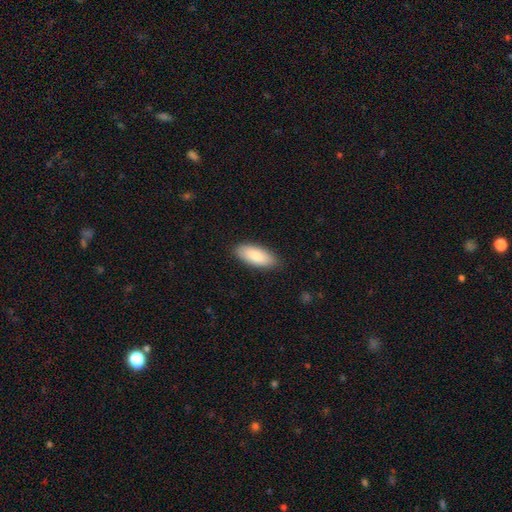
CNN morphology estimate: Smooth or featured: smooth — 86% (featured or disk — 8%)
How rounded: in between — 85% (cigar-shaped — 14%)
Merging: none — 87% (minor disturbance — 10%)